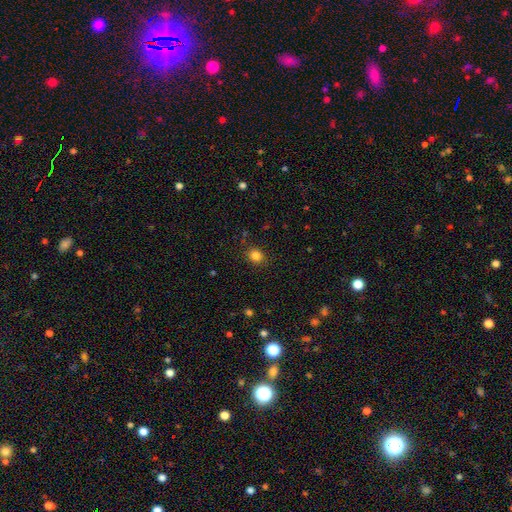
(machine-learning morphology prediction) smooth-or-featured: smooth: 83% | star or artifact: 12% | featured or disk: 5%
  how-rounded: round: 69% | in between: 30% | cigar-shaped: 1%
  merging: none: 86% | minor disturbance: 10% | major disturbance: 3% | merger: 1%